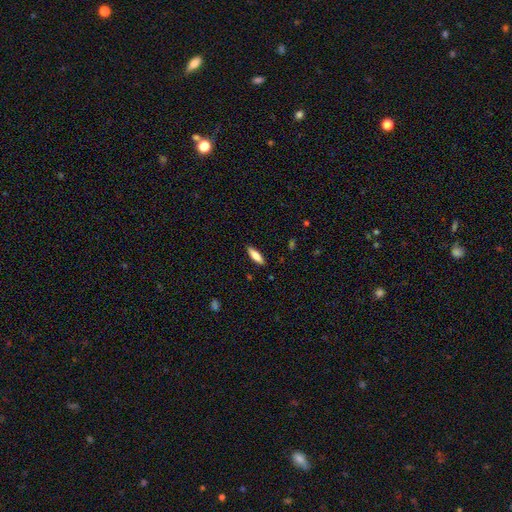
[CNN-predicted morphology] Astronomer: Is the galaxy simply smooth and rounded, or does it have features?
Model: smooth — 76%.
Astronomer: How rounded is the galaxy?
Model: cigar-shaped — 55% (runner-up: in between, 43%).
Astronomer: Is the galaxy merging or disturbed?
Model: none — 89%.